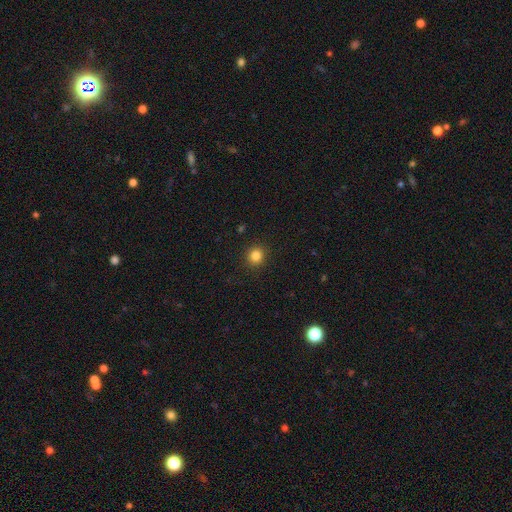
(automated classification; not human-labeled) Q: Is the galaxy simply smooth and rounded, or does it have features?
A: smooth — 84%.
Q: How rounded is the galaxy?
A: round — 90%.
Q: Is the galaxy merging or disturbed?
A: none — 92%.